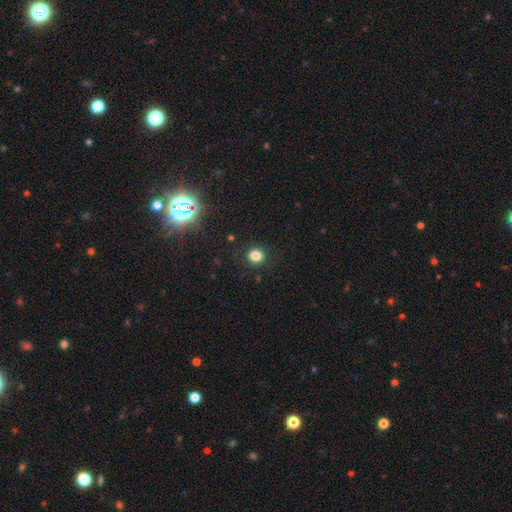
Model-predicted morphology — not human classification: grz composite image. It shows a smooth galaxy with no disk features (81%) that is round (71%). Merging: none (86%).